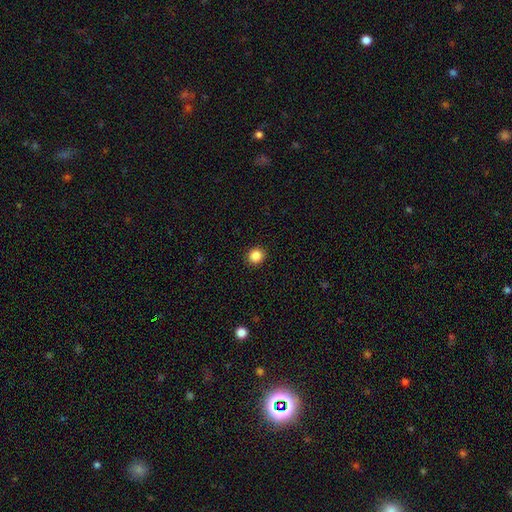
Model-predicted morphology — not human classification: Q: Smooth or featured?
A: smooth (87%); runner-up: star or artifact (10%)
Q: How rounded?
A: round (88%); runner-up: in between (11%)
Q: Merging?
A: none (92%); runner-up: minor disturbance (5%)